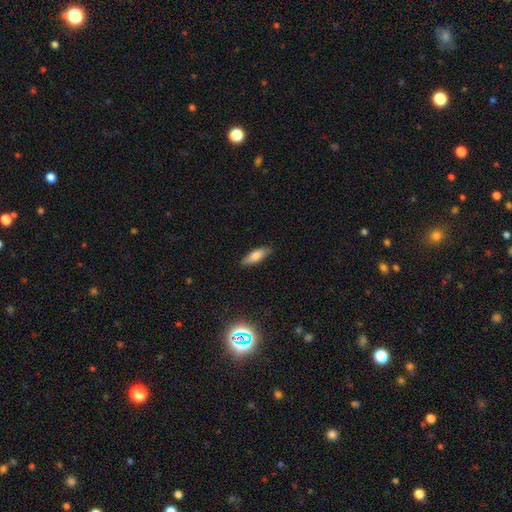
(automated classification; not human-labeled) Smooth or featured? smooth (78%)
How rounded? in between (61%)
Merging? none (83%)